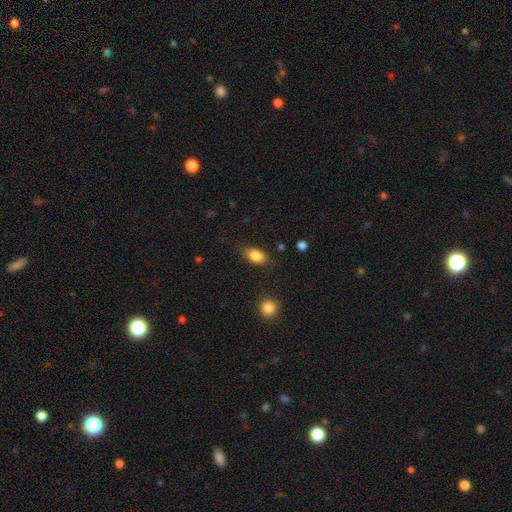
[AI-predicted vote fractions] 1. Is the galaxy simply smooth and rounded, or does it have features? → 83% smooth, 8% featured or disk, 8% star or artifact.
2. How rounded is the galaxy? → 84% in between, 13% round, 4% cigar-shaped.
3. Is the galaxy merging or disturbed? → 78% none, 17% minor disturbance, 4% major disturbance, 2% merger.